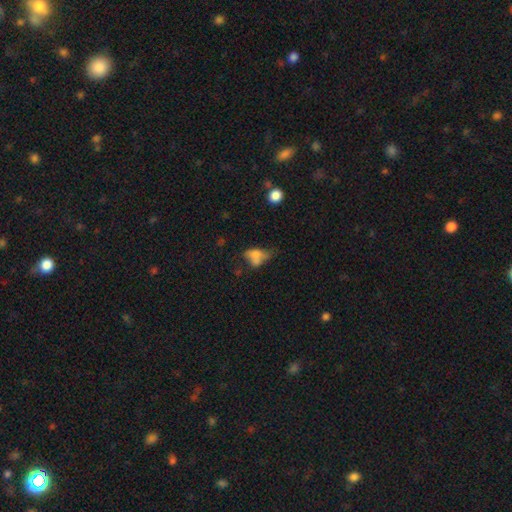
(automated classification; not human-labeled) Q: Smooth or featured?
A: smooth (62%); runner-up: featured or disk (25%)
Q: How rounded?
A: in between (77%); runner-up: round (18%)
Q: Merging?
A: merger (30%); runner-up: none (24%)